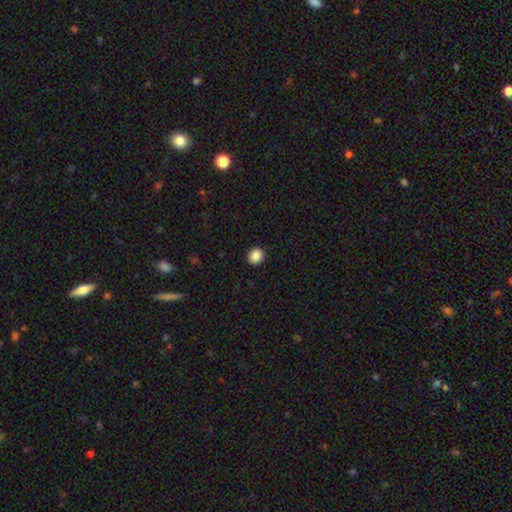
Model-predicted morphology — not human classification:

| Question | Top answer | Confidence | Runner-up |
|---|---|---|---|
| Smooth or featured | smooth | 88% | star or artifact (9%) |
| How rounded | round | 85% | in between (14%) |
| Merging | none | 92% | minor disturbance (6%) |